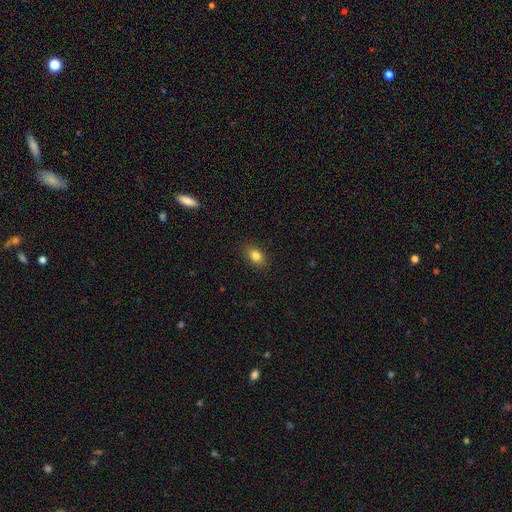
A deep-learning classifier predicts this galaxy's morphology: Smooth or featured: smooth — 83% (star or artifact — 9%)
How rounded: in between — 82% (round — 16%)
Merging: none — 88% (minor disturbance — 9%)